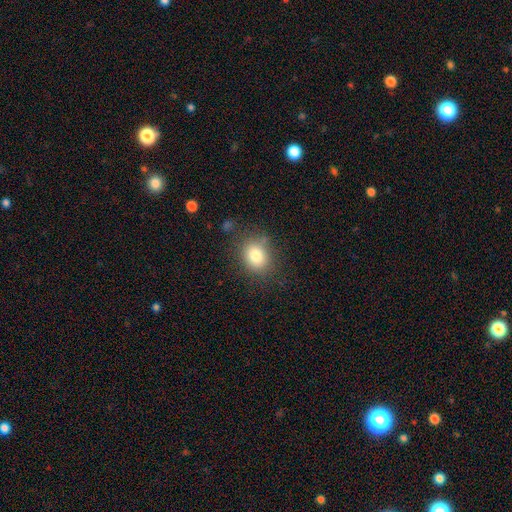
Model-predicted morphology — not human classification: This appears to be a smooth galaxy with no disk features (80%) that is round (56%). Merging: none (78%).